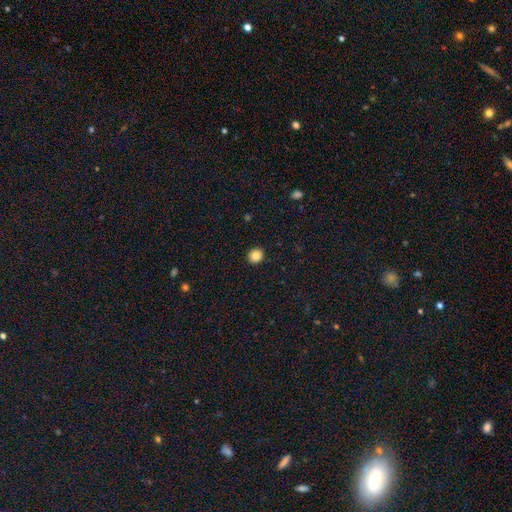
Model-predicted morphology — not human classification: Q: Smooth or featured?
A: smooth (85%); runner-up: star or artifact (11%)
Q: How rounded?
A: round (86%); runner-up: in between (13%)
Q: Merging?
A: none (93%); runner-up: minor disturbance (5%)